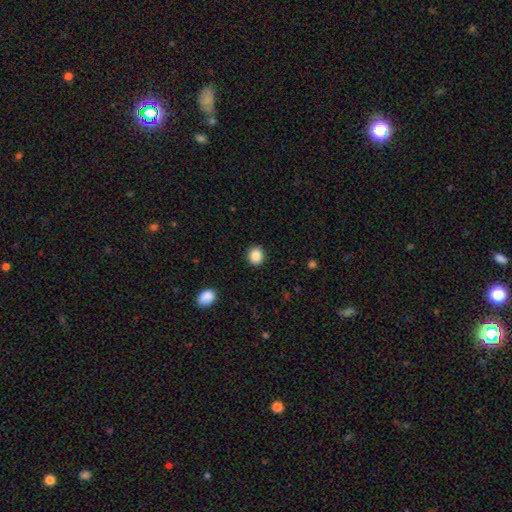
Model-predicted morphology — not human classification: This appears to be a smooth galaxy with no disk features (88%) that is round (78%). Merging: none (91%).